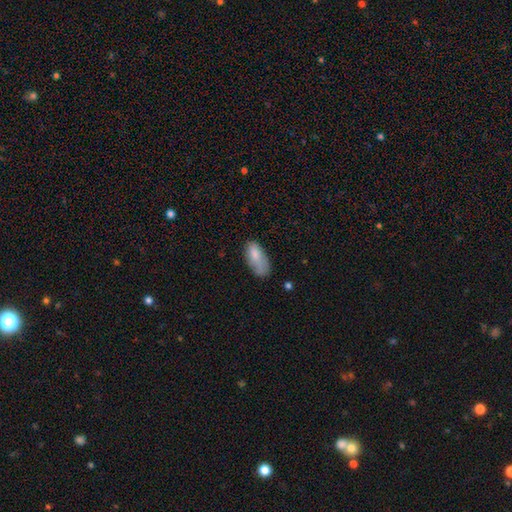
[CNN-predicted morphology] The model was most divided on "merging": none: 52%, minor disturbance: 32%, major disturbance: 12%, merger: 3%. More confident: how rounded — in between (89%); smooth or featured — smooth (81%).